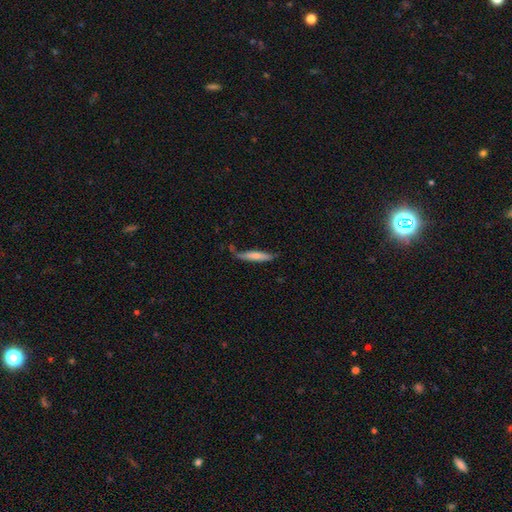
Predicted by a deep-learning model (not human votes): Morphology: type=smooth (69%); roundness=cigar-shaped (89%); merging=none (63%).